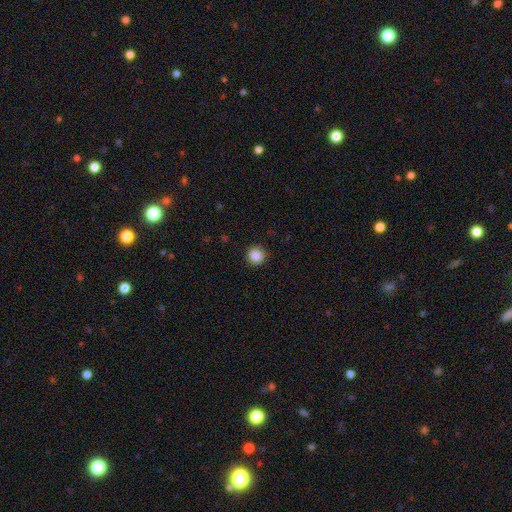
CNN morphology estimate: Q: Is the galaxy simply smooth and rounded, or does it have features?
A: smooth — 87%.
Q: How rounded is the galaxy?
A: round — 90%.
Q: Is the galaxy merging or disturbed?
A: none — 87%.